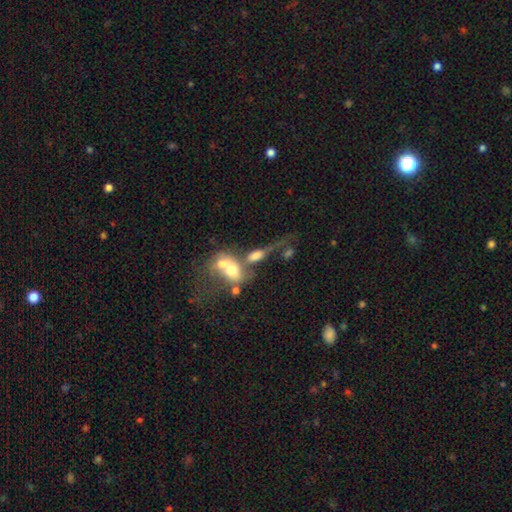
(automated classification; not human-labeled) A smooth galaxy with no disk features (54%) that is in between round and cigar-shaped (70%).

Vote fractions:
- Smooth or featured? smooth: 54% / featured or disk: 34% / star or artifact: 12%
- How rounded? in between: 70% / round: 17% / cigar-shaped: 13%
- Merging? merger: 56% / none: 19% / major disturbance: 16% / minor disturbance: 9%